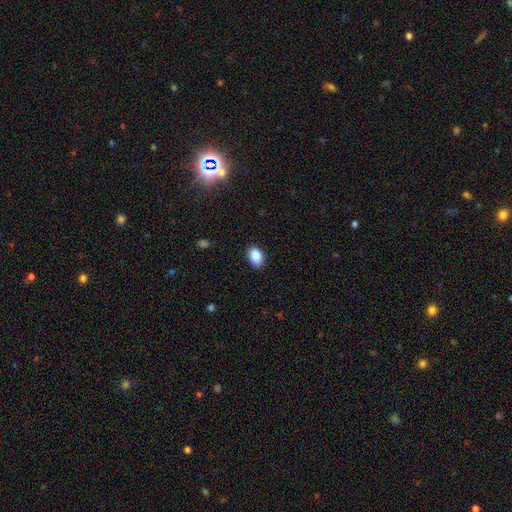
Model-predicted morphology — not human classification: A smooth galaxy with no disk features (88%) that is in between round and cigar-shaped (86%). Merging: none (87%).